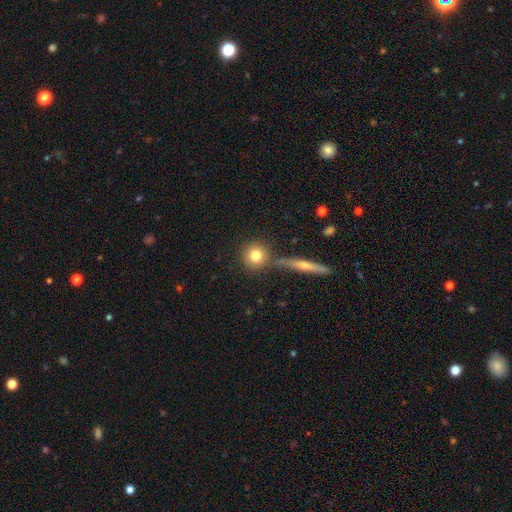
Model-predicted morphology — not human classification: Q: Smooth or featured?
A: smooth (79%); runner-up: featured or disk (11%)
Q: How rounded?
A: round (91%); runner-up: in between (7%)
Q: Merging?
A: none (75%); runner-up: merger (13%)